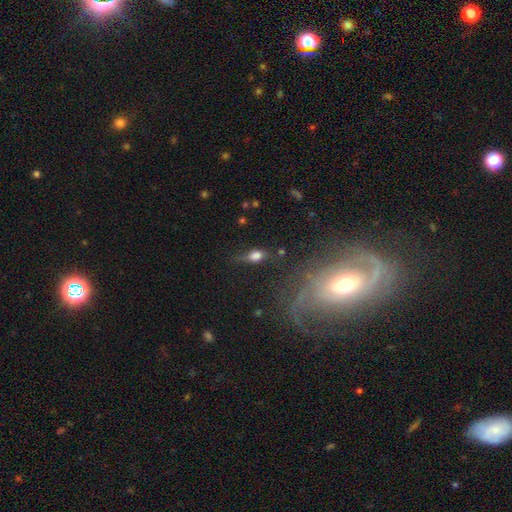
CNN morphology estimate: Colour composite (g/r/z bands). It shows a smooth galaxy with no disk features (63%) that is in between round and cigar-shaped (67%). Merging: none (50%).